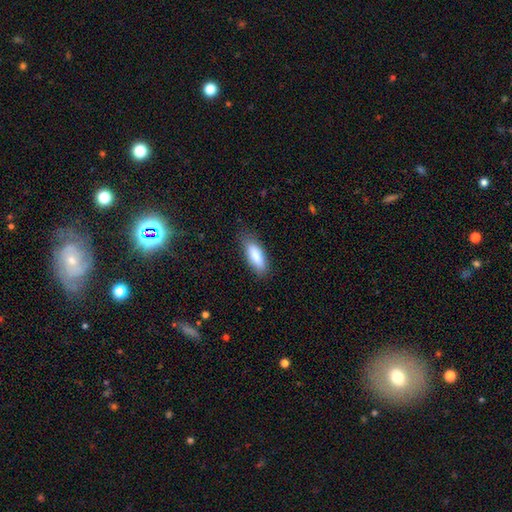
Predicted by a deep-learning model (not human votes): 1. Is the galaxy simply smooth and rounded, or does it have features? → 84% smooth, 9% featured or disk, 6% star or artifact.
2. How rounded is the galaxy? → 68% in between, 31% cigar-shaped, 2% round.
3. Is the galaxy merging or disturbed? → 81% none, 15% minor disturbance, 3% major disturbance, 1% merger.